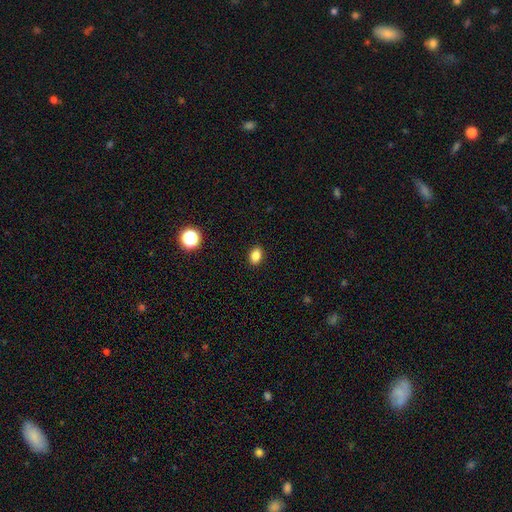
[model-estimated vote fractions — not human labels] A smooth galaxy with no disk features (84%) that is in between round and cigar-shaped (73%).

Vote fractions:
- Smooth or featured? smooth: 84% / star or artifact: 11% / featured or disk: 5%
- How rounded? in between: 73% / round: 25% / cigar-shaped: 1%
- Merging? none: 90% / minor disturbance: 7% / major disturbance: 2% / merger: 1%